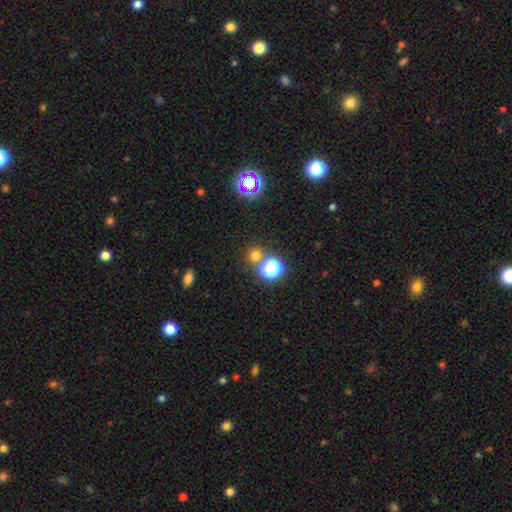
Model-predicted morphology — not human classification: smooth-or-featured: smooth: 65% | star or artifact: 29% | featured or disk: 6%
  how-rounded: round: 89% | in between: 10% | cigar-shaped: 1%
  merging: none: 73% | merger: 16% | minor disturbance: 7% | major disturbance: 3%